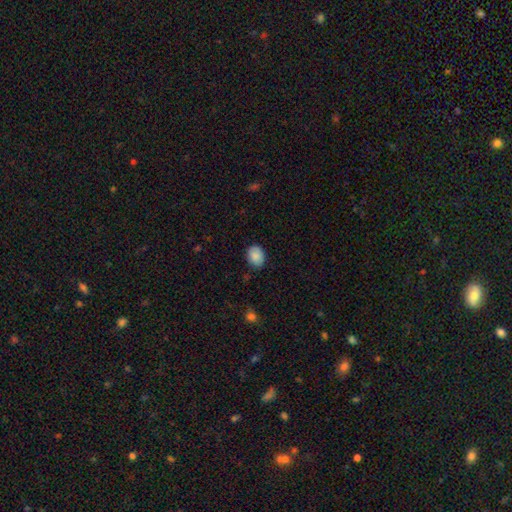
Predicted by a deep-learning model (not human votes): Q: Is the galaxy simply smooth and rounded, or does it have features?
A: smooth — 87%.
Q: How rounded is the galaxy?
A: in between — 58%.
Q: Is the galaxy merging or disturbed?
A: none — 84%.